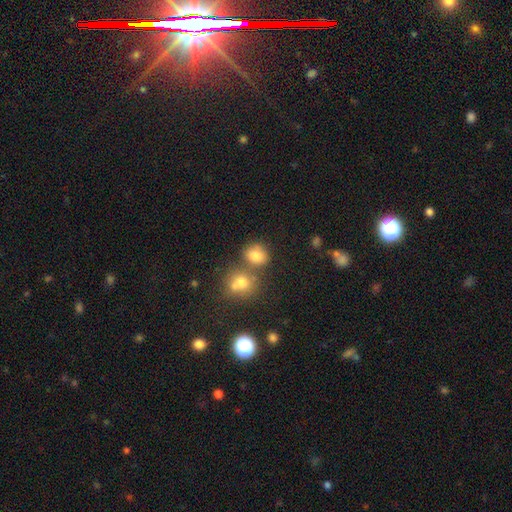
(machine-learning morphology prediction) A smooth galaxy with no disk features (79%) that is round (61%). Merging: none (55%).